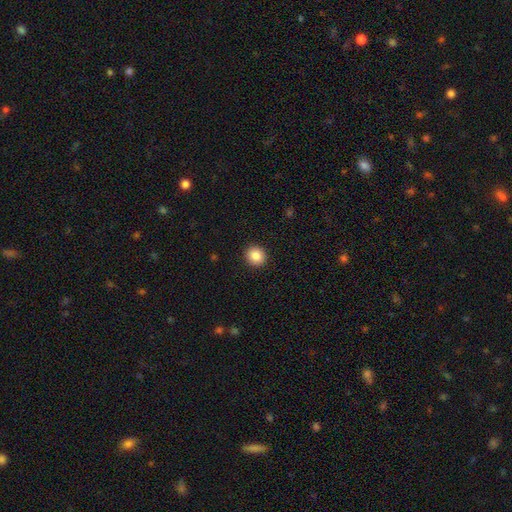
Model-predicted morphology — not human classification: Smooth or featured? Predicted: smooth (p=0.87). How rounded? Predicted: round (p=0.86). Merging? Predicted: none (p=0.92).